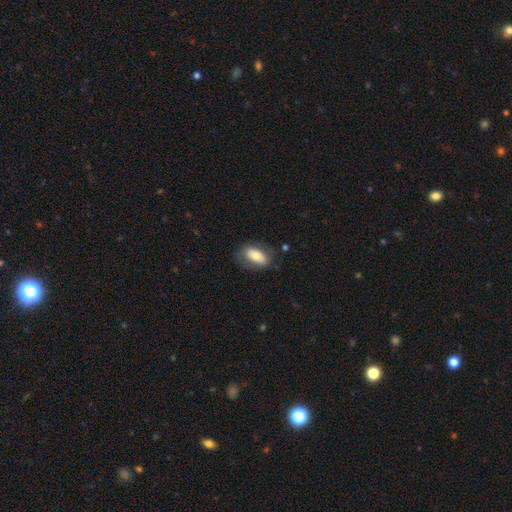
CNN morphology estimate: A smooth galaxy with no disk features (74%) that is in between round and cigar-shaped (90%). Merging: none (71%).